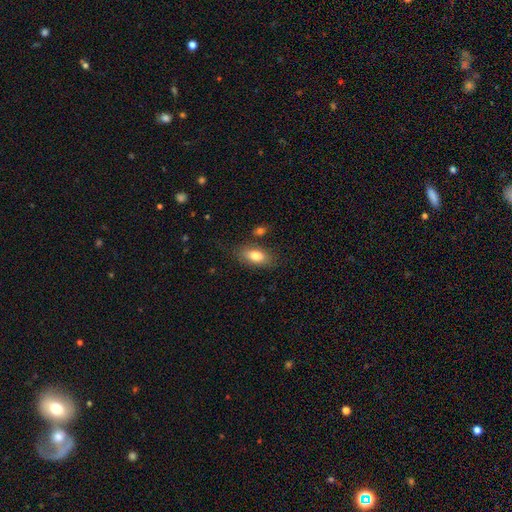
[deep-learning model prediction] Smooth or featured?
  - smooth: 81% *
  - featured or disk: 12%
  - star or artifact: 7%
How rounded?
  - in between: 88% *
  - cigar-shaped: 6%
  - round: 6%
Merging?
  - none: 76% *
  - minor disturbance: 15%
  - merger: 5%
  - major disturbance: 4%